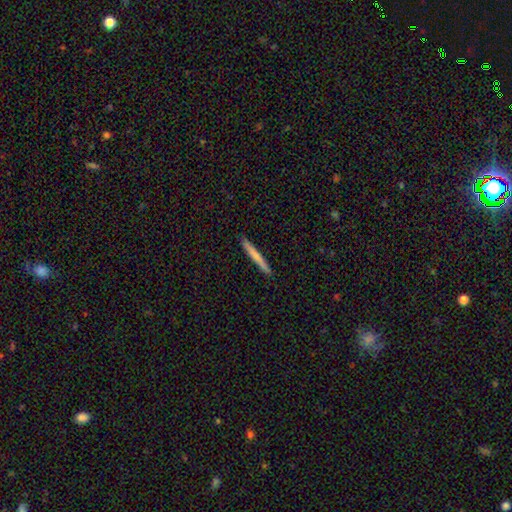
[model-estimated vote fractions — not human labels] A smooth galaxy with no disk features (67%) that is cigar-shaped (96%).

Vote fractions:
- Smooth or featured? smooth: 67% / featured or disk: 27% / star or artifact: 6%
- How rounded? cigar-shaped: 96% / in between: 2% / round: 1%
- Merging? none: 91% / minor disturbance: 6% / major disturbance: 1% / merger: 1%